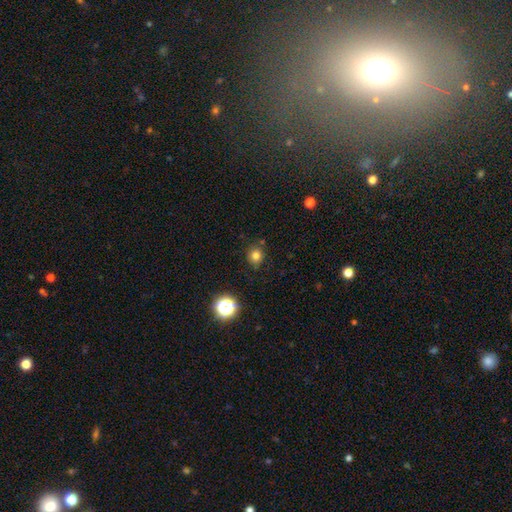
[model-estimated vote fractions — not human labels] Smooth or featured?
  - smooth: 78% *
  - star or artifact: 15%
  - featured or disk: 6%
How rounded?
  - round: 83% *
  - in between: 16%
  - cigar-shaped: 1%
Merging?
  - none: 84% *
  - minor disturbance: 10%
  - merger: 3%
  - major disturbance: 3%